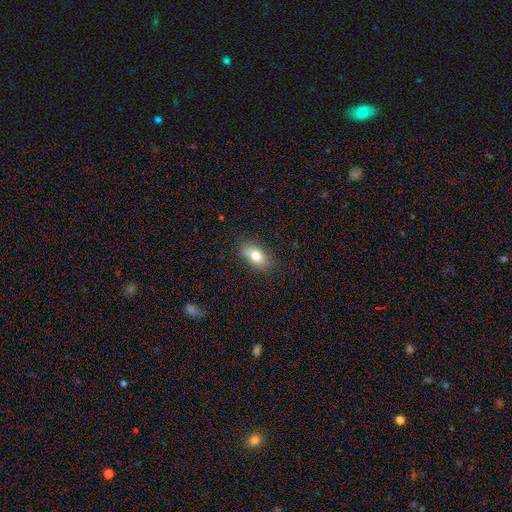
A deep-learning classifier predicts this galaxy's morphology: type=smooth (78%); roundness=in between (87%); merging=none (80%).